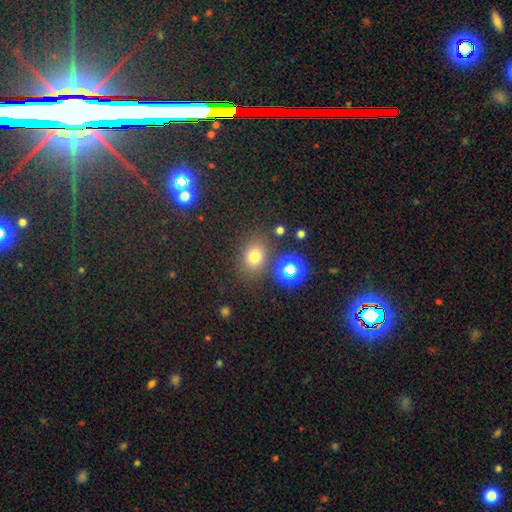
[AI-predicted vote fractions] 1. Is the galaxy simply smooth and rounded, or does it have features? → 59% star or artifact, 29% smooth, 12% featured or disk.